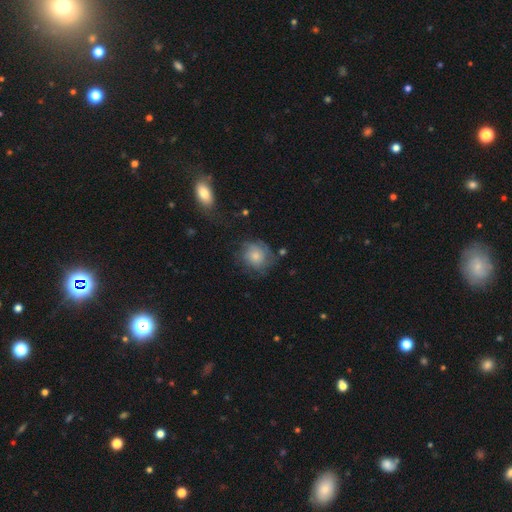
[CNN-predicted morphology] This is likely a smooth galaxy (62%). How rounded: clearly round (82%). Merging: possibly none (59%).